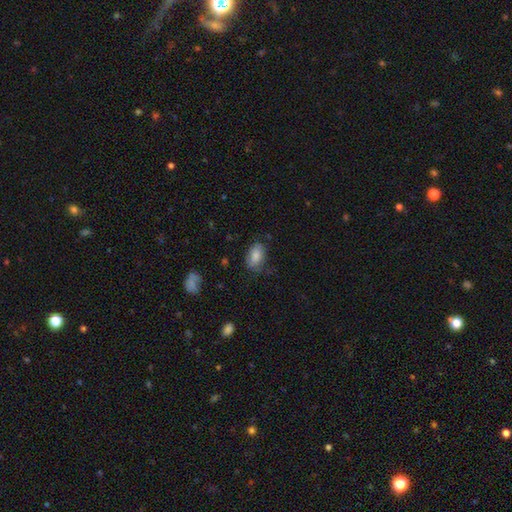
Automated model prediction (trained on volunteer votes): This appears to be a smooth galaxy with no disk features (81%) that is in between round and cigar-shaped (91%). Merging: none (66%).